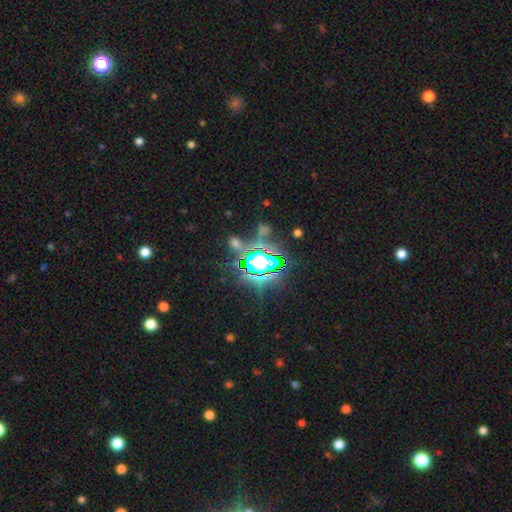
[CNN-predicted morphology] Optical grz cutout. It shows a star or artifact, not a galaxy (84%).